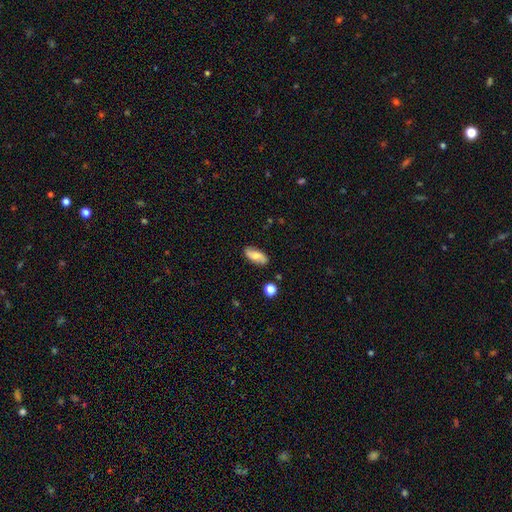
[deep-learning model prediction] A smooth galaxy with no disk features (60%) that is in between round and cigar-shaped (83%).

Vote fractions:
- Smooth or featured? smooth: 60% / featured or disk: 32% / star or artifact: 8%
- How rounded? in between: 83% / cigar-shaped: 14% / round: 4%
- Merging? none: 84% / minor disturbance: 12% / major disturbance: 2% / merger: 2%